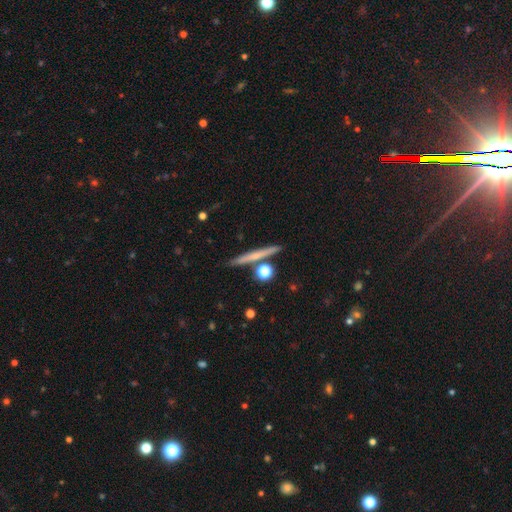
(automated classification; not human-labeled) Smooth or featured? Predicted: smooth (p=0.51). How rounded? Predicted: cigar-shaped (p=0.88). Merging? Predicted: none (p=0.83).